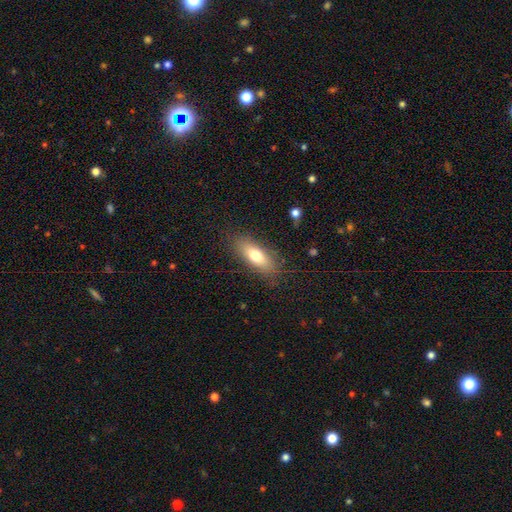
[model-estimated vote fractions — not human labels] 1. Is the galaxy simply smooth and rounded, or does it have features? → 71% smooth, 22% featured or disk, 7% star or artifact.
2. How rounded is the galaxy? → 70% in between, 27% cigar-shaped, 3% round.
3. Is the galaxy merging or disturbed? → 82% none, 13% minor disturbance, 4% major disturbance, 1% merger.